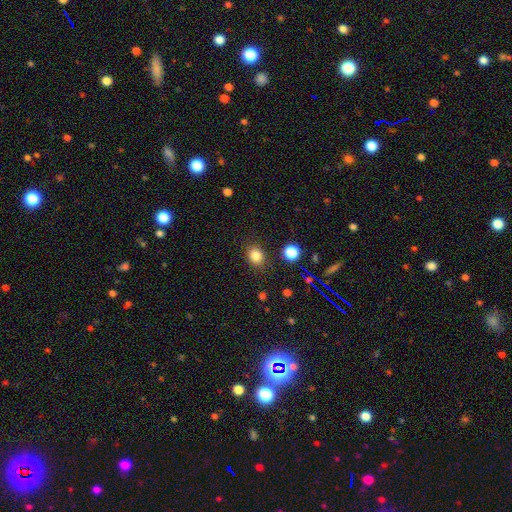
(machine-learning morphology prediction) smooth-or-featured: smooth: 82% | star or artifact: 13% | featured or disk: 5%
  how-rounded: round: 63% | in between: 36% | cigar-shaped: 1%
  merging: none: 87% | minor disturbance: 9% | major disturbance: 3% | merger: 2%